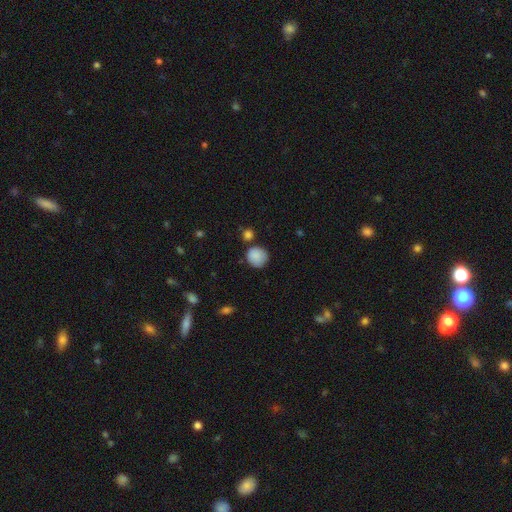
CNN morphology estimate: Q: Smooth or featured?
A: smooth (87%); runner-up: star or artifact (9%)
Q: How rounded?
A: round (89%); runner-up: in between (10%)
Q: Merging?
A: none (73%); runner-up: minor disturbance (16%)